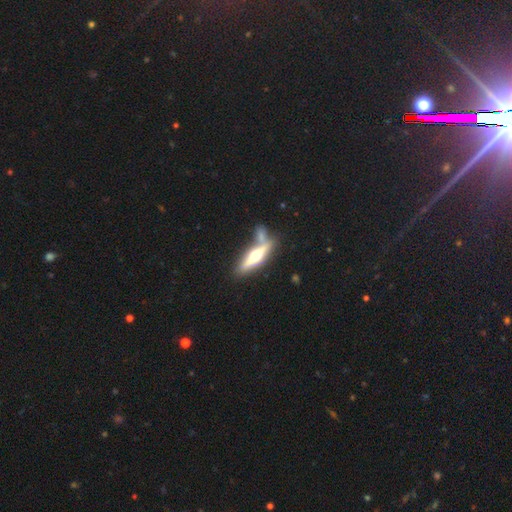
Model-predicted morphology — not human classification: This appears to be a featured or disk galaxy (65%) viewed edge-on (93%) with a rounded central bulge (95%). Merging: none (62%).